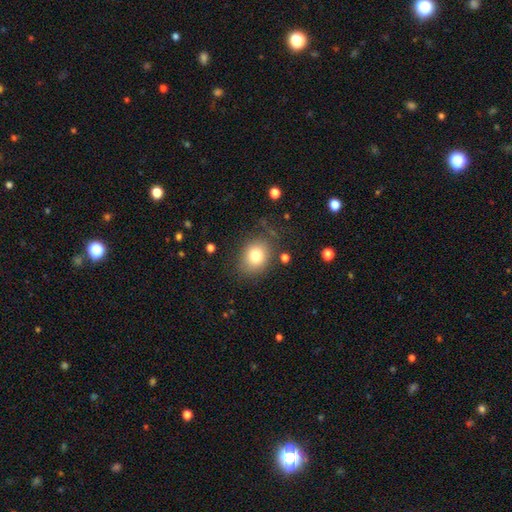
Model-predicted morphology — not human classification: smooth 79%, star or artifact 11%, featured or disk 10%. Down the decision tree: how rounded — round (53%); merging — none (77%).